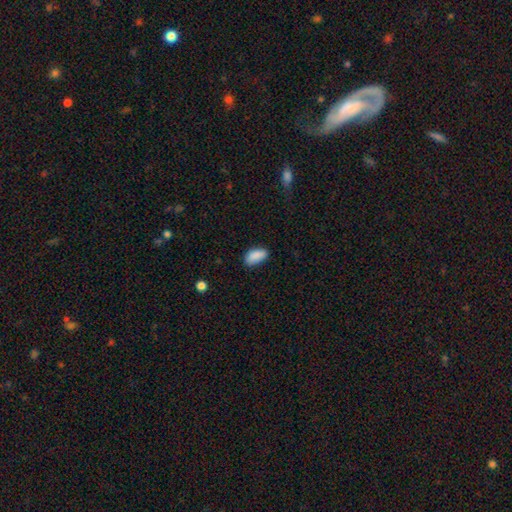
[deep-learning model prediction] Smooth or featured? Predicted: smooth (p=0.88). How rounded? Predicted: in between (p=0.92). Merging? Predicted: none (p=0.75).